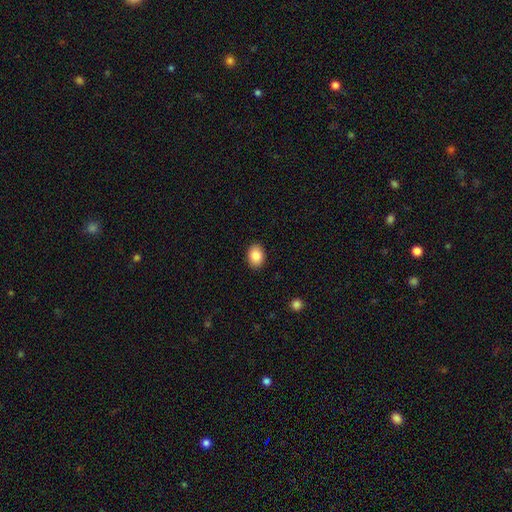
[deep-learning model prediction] Smooth or featured?
  - smooth: 86% *
  - star or artifact: 8%
  - featured or disk: 6%
How rounded?
  - in between: 69% *
  - round: 30%
  - cigar-shaped: 1%
Merging?
  - none: 90% *
  - minor disturbance: 7%
  - major disturbance: 2%
  - merger: 1%